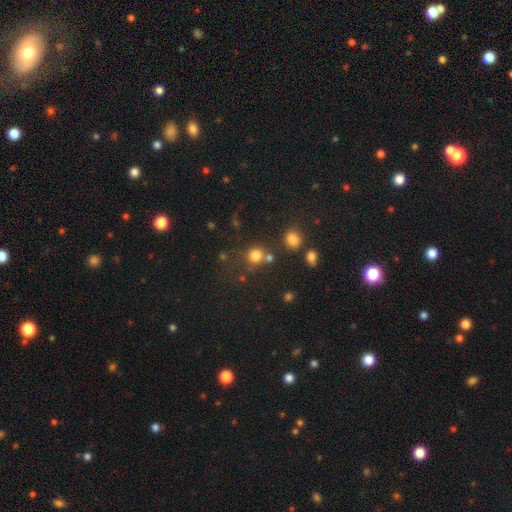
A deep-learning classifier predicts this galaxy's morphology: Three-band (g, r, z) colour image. It shows a smooth galaxy with no disk features (77%) that is round (84%). Merging: none (63%).